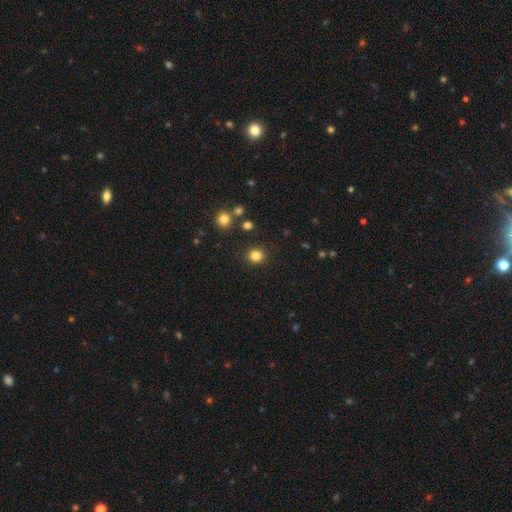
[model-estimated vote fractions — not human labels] Smooth or featured: smooth — 83% (star or artifact — 13%)
How rounded: round — 90% (in between — 9%)
Merging: none — 89% (minor disturbance — 6%)